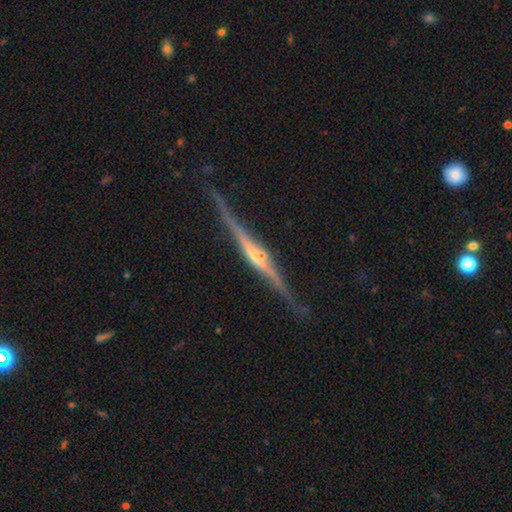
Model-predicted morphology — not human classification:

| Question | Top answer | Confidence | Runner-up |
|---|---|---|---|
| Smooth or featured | featured or disk | 88% | smooth (7%) |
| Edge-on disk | yes | 98% | no (2%) |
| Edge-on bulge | rounded | 82% | none (10%) |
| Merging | none | 86% | minor disturbance (10%) |